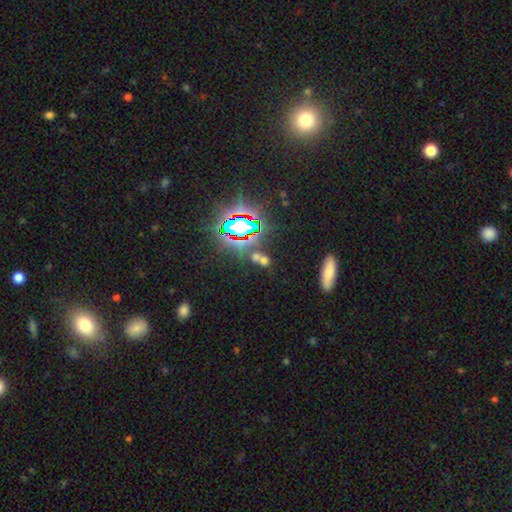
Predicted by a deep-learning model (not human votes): smooth-or-featured: star or artifact: 70% | smooth: 20% | featured or disk: 10%